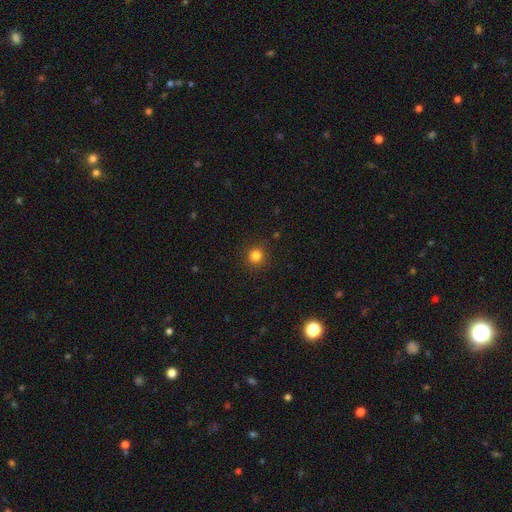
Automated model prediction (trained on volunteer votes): Smooth or featured? Predicted: smooth (p=0.82). How rounded? Predicted: round (p=0.92). Merging? Predicted: none (p=0.91).